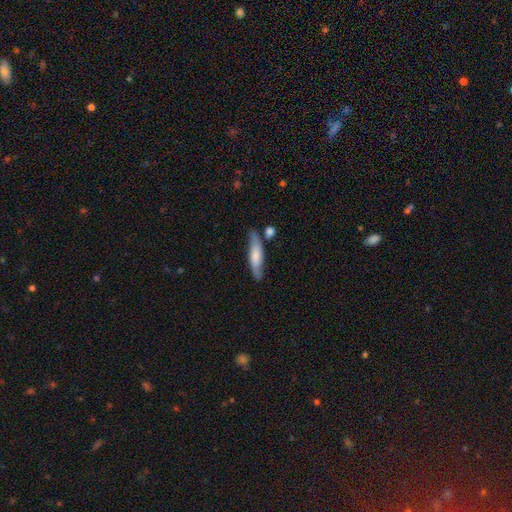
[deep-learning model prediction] Smooth or featured? Predicted: smooth (p=0.59). How rounded? Predicted: cigar-shaped (p=0.72). Merging? Predicted: none (p=0.69).